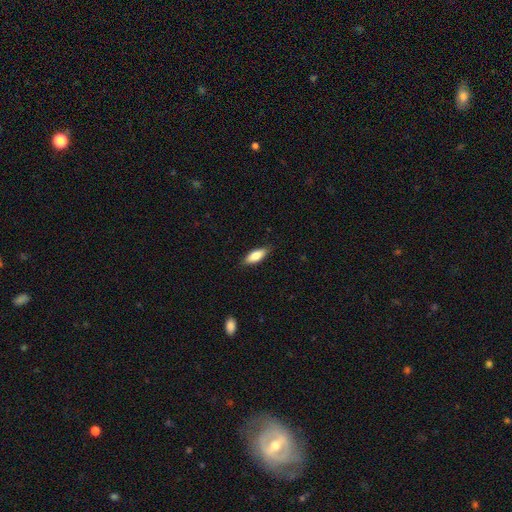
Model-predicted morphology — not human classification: Smooth or featured?
  - smooth: 81% *
  - featured or disk: 13%
  - star or artifact: 6%
How rounded?
  - in between: 72% *
  - cigar-shaped: 26%
  - round: 2%
Merging?
  - none: 85% *
  - minor disturbance: 11%
  - major disturbance: 2%
  - merger: 1%